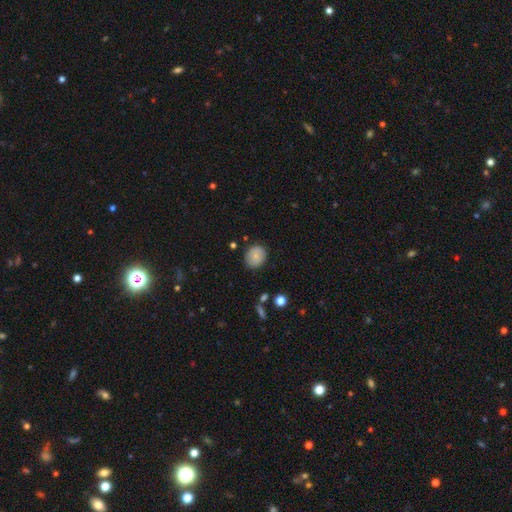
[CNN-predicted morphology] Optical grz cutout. It shows a smooth galaxy with no disk features (78%) that is round (68%). Merging: none (82%).